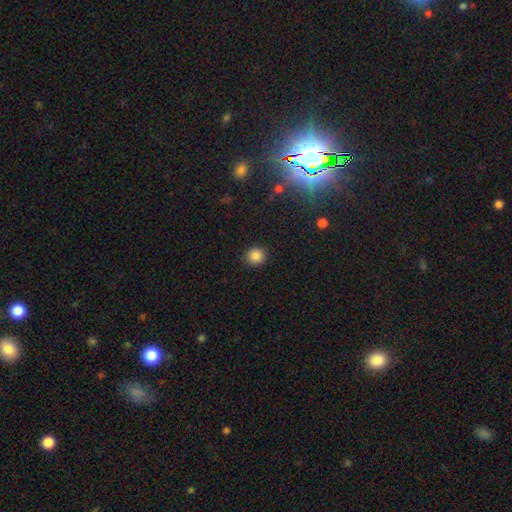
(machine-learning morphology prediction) smooth-or-featured: smooth: 85% | star or artifact: 11% | featured or disk: 4%
  how-rounded: round: 85% | in between: 14% | cigar-shaped: 1%
  merging: none: 90% | minor disturbance: 6% | major disturbance: 2% | merger: 1%